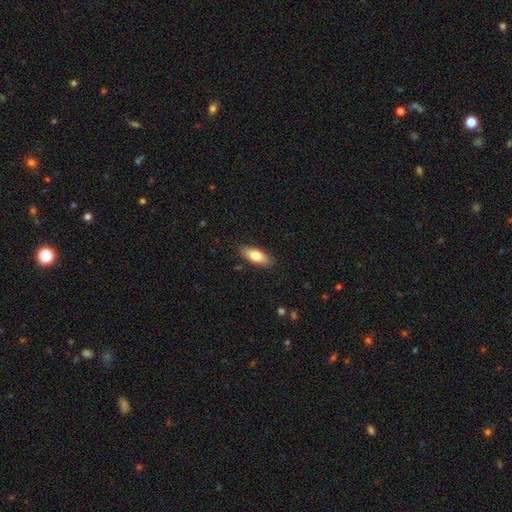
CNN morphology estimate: smooth_or_featured: smooth (p=0.74) [alt: featured or disk p=0.19]
how_rounded: in between (p=0.76) [alt: cigar-shaped p=0.21]
merging: none (p=0.88) [alt: minor disturbance p=0.09]